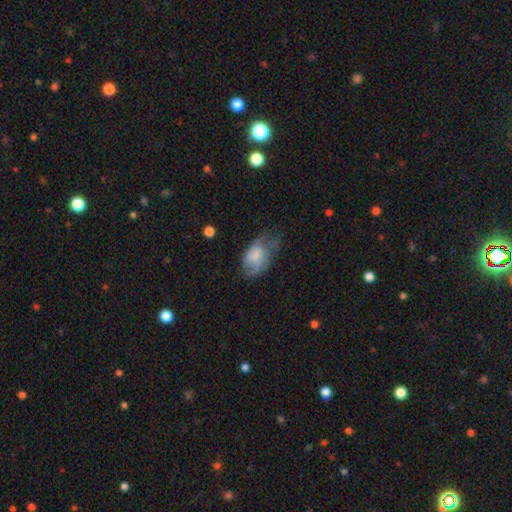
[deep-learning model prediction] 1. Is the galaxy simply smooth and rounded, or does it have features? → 62% smooth, 30% featured or disk, 8% star or artifact.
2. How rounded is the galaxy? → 90% in between, 9% round, 2% cigar-shaped.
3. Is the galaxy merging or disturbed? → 42% none, 34% minor disturbance, 22% major disturbance, 2% merger.